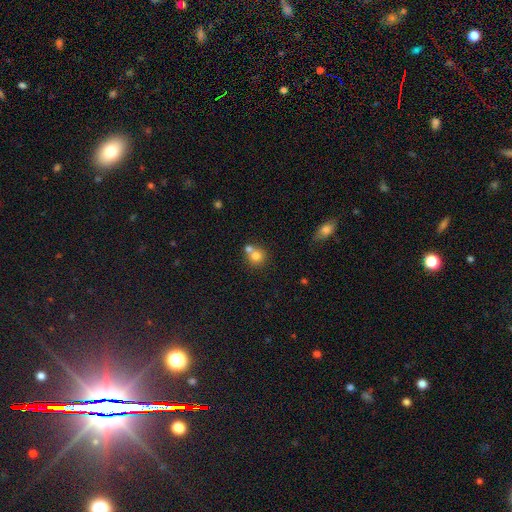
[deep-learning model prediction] A smooth galaxy with no disk features (77%) that is round (85%).

Vote fractions:
- Smooth or featured? smooth: 77% / featured or disk: 12% / star or artifact: 11%
- How rounded? round: 85% / in between: 14% / cigar-shaped: 1%
- Merging? merger: 46% / none: 43% / minor disturbance: 8% / major disturbance: 3%